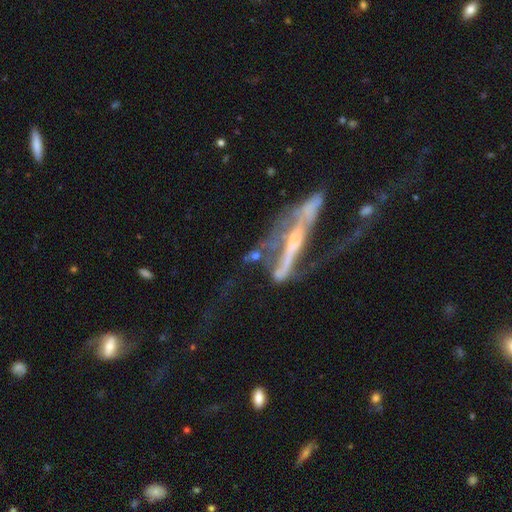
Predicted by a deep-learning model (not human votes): Smooth or featured?
  - featured or disk: 61% *
  - smooth: 24%
  - star or artifact: 14%
Edge-on disk?
  - no: 57% *
  - yes: 43%
Merging?
  - merger: 39% *
  - major disturbance: 24%
  - none: 24%
  - minor disturbance: 13%